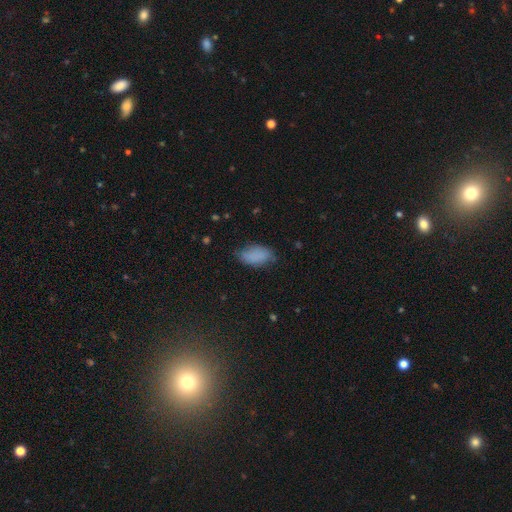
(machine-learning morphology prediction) smooth 85%, star or artifact 8%, featured or disk 7%. Down the decision tree: how rounded — in between (93%); merging — none (70%).